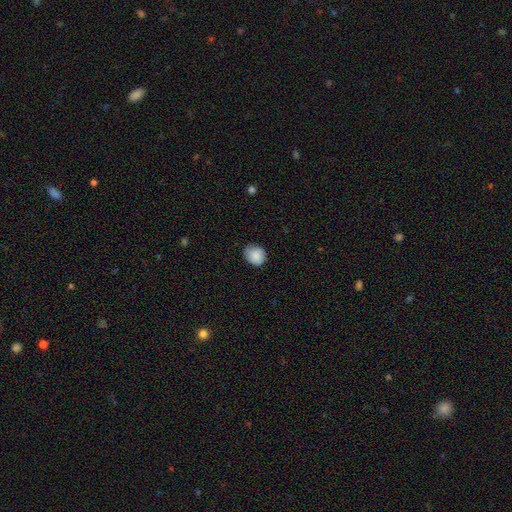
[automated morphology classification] The model was most divided on "how rounded": round: 65%, in between: 34%, cigar-shaped: 1%. More confident: smooth or featured — smooth (87%); merging — none (71%).